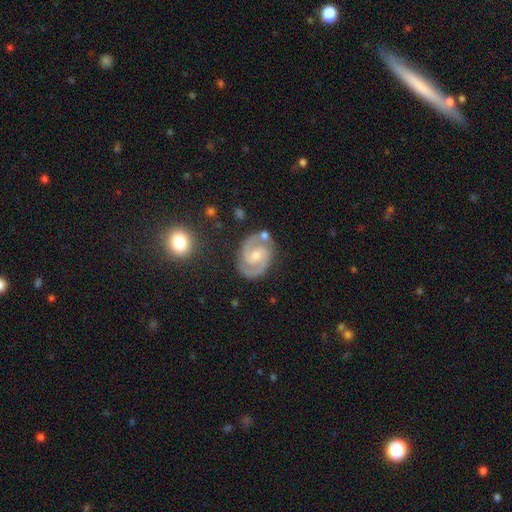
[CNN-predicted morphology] featured or disk 89%, smooth 6%, star or artifact 5%. Down the decision tree: edge-on disk — no (98%); bar — no (46%); spiral arms — yes (98%); spiral arm count — 2 (93%); spiral winding — medium (51%); bulge size — small (47%); merging — none (78%).